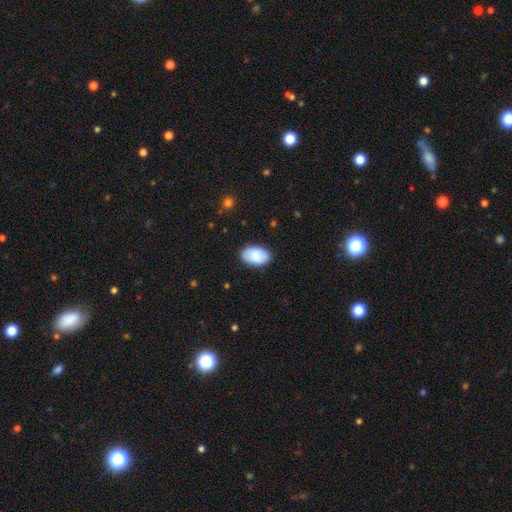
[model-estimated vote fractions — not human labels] The model was most divided on "smooth or featured": smooth: 81%, featured or disk: 13%, star or artifact: 6%. More confident: how rounded — in between (93%); merging — none (86%).